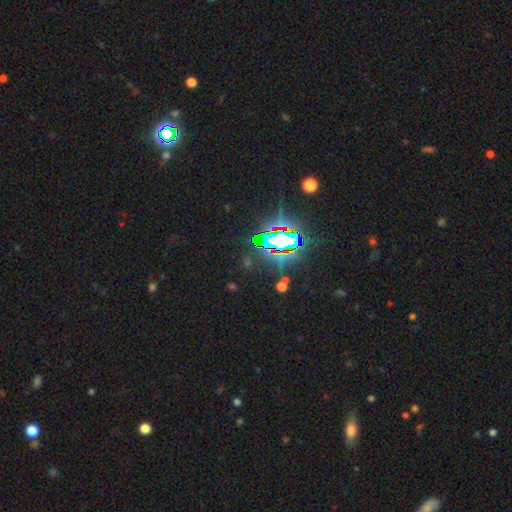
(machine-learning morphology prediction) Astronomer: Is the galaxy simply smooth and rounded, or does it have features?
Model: star or artifact — 85%.